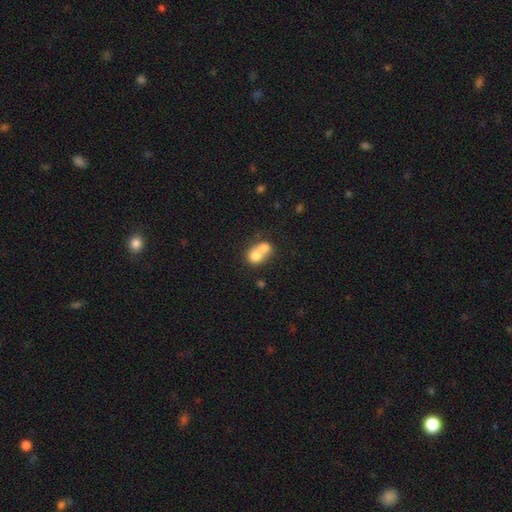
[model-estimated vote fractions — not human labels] A smooth galaxy with no disk features (72%) that is round (64%).

Vote fractions:
- Smooth or featured? smooth: 72% / featured or disk: 19% / star or artifact: 9%
- How rounded? round: 64% / in between: 35% / cigar-shaped: 1%
- Merging? merger: 71% / none: 20% / minor disturbance: 5% / major disturbance: 3%